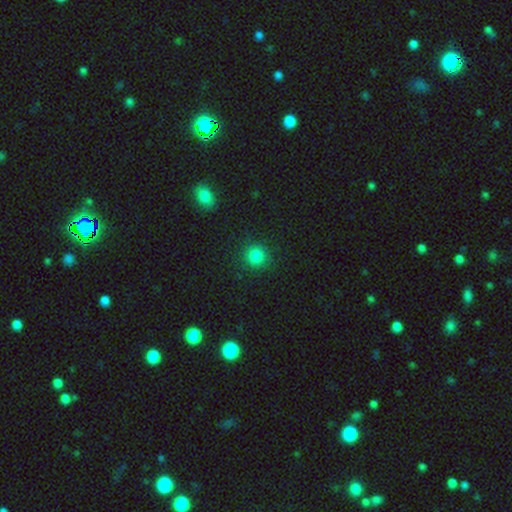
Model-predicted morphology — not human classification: This appears to be a smooth galaxy with no disk features (83%) that is round (92%). Merging: none (89%).